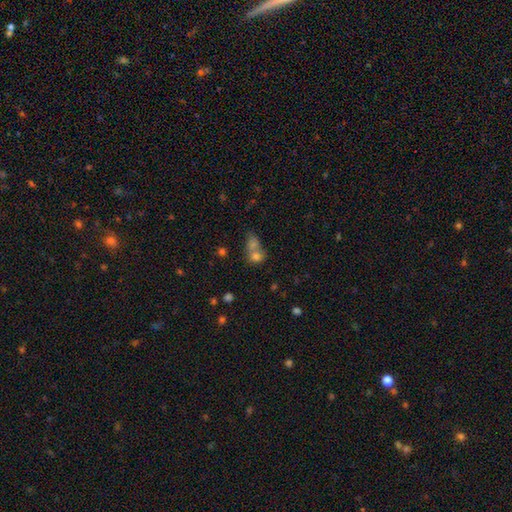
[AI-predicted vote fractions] A smooth galaxy with no disk features (73%) that is round (59%).

Vote fractions:
- Smooth or featured? smooth: 73% / featured or disk: 14% / star or artifact: 12%
- How rounded? round: 59% / in between: 40% / cigar-shaped: 2%
- Merging? merger: 65% / none: 24% / minor disturbance: 7% / major disturbance: 4%